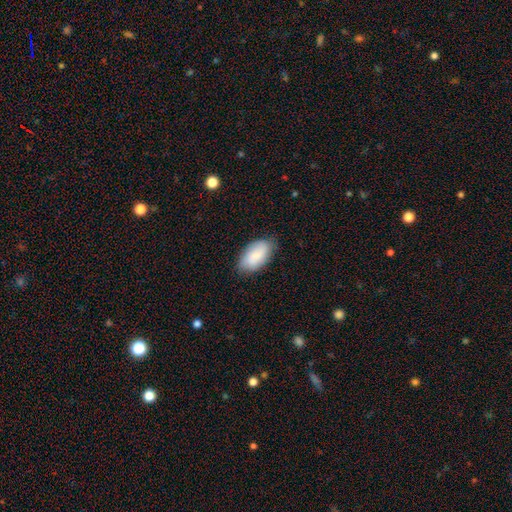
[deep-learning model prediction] A smooth galaxy with no disk features (75%) that is in between round and cigar-shaped (94%). Merging: none (79%).